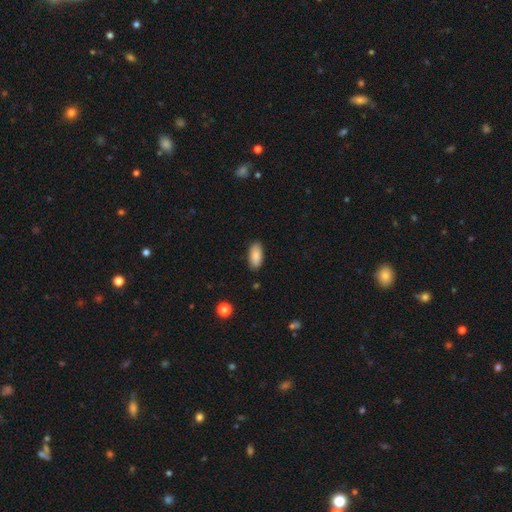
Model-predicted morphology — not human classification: Q: Smooth or featured?
A: smooth (88%); runner-up: star or artifact (7%)
Q: How rounded?
A: in between (90%); runner-up: cigar-shaped (8%)
Q: Merging?
A: none (86%); runner-up: minor disturbance (10%)